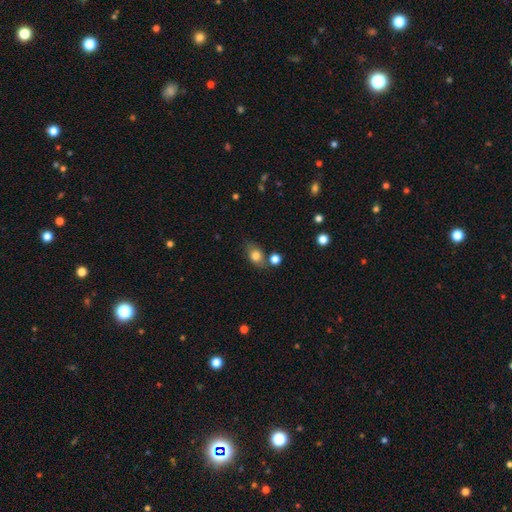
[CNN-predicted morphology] type=smooth (78%); roundness=in between (60%); merging=none (65%).